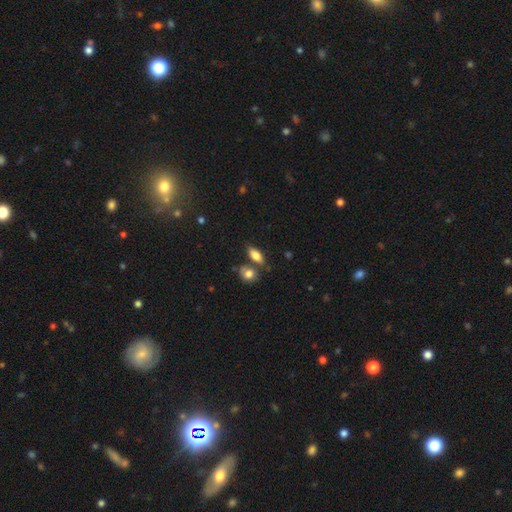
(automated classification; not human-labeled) This appears to be a smooth galaxy with no disk features (79%) that is in between round and cigar-shaped (81%). Merging: none (64%).